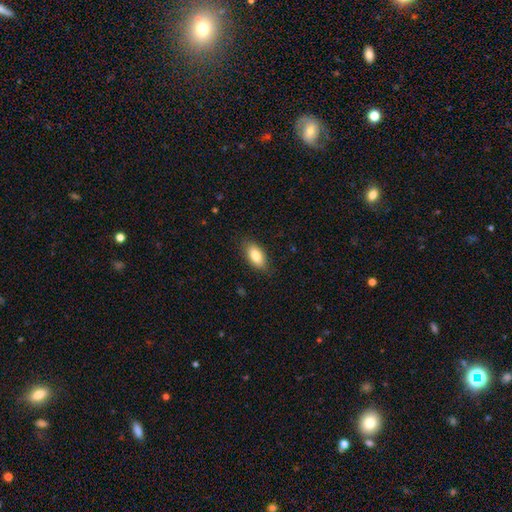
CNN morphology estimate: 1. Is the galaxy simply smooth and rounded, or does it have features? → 83% smooth, 11% featured or disk, 7% star or artifact.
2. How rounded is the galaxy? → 90% in between, 6% cigar-shaped, 3% round.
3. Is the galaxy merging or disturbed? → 83% none, 13% minor disturbance, 3% major disturbance, 1% merger.